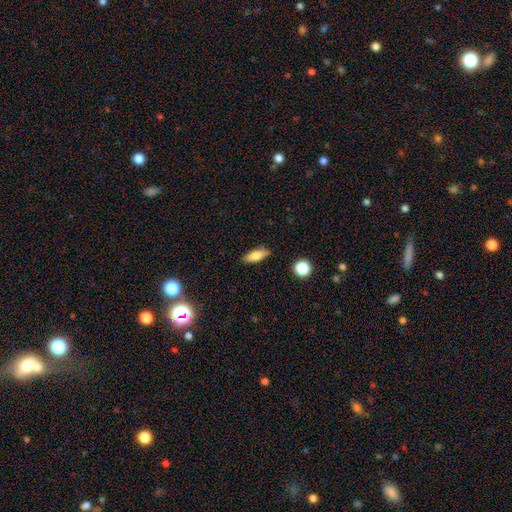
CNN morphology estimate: Smooth or featured? Predicted: smooth (p=0.77). How rounded? Predicted: in between (p=0.65). Merging? Predicted: none (p=0.83).